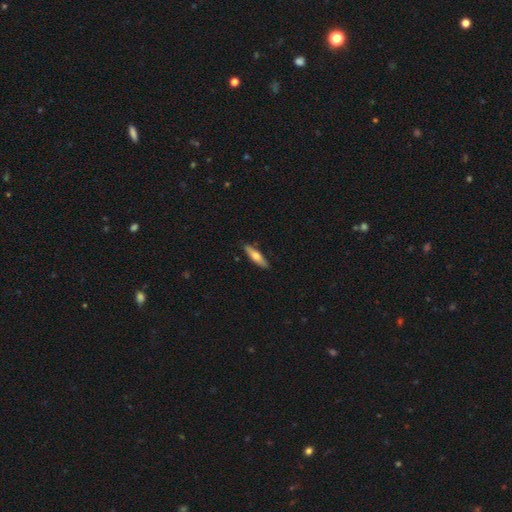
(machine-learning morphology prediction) type=smooth (62%); roundness=cigar-shaped (70%); merging=none (87%).